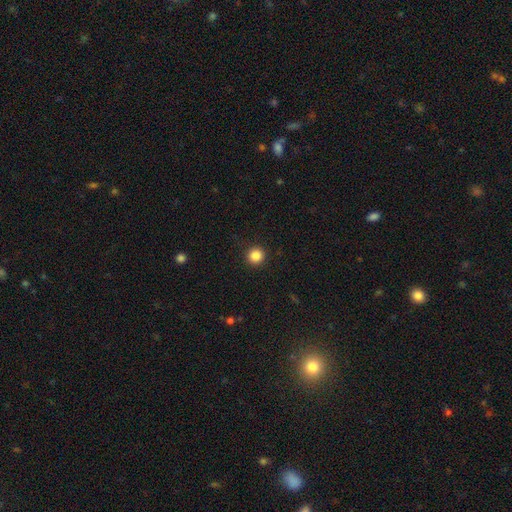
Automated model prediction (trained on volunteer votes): smooth_or_featured: smooth (p=0.86) [alt: star or artifact p=0.10]
how_rounded: round (p=0.94) [alt: in between p=0.05]
merging: none (p=0.92) [alt: minor disturbance p=0.05]